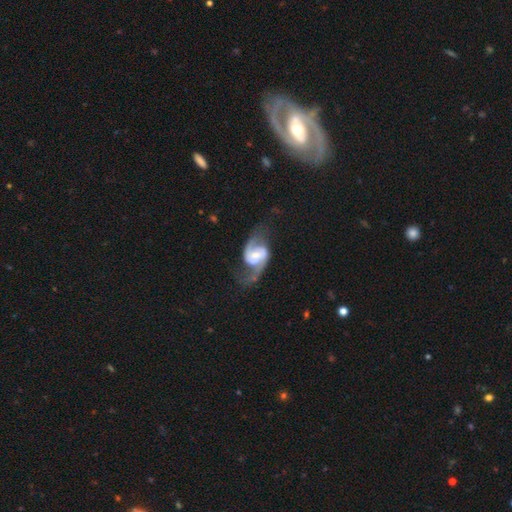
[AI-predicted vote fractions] Morphology: type=featured or disk (89%); edge-on=no (98%); bar=weak (43%); spiral arms=yes (97%); winding=medium (47%); arm count=2 (93%); bulge=moderate (39%, tied with small); merging=none (65%).